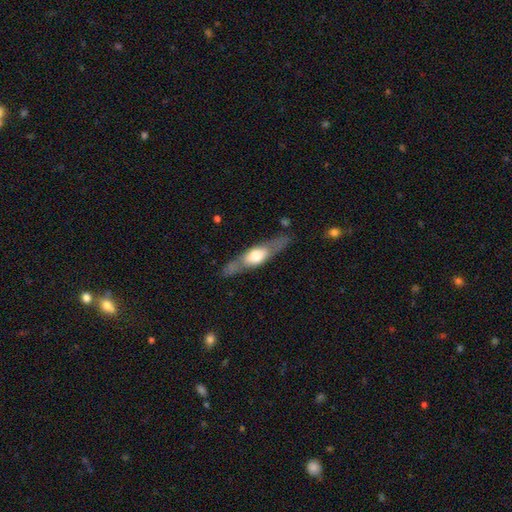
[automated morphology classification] A featured or disk galaxy (59%) viewed edge-on (76%). Merging: none (80%).